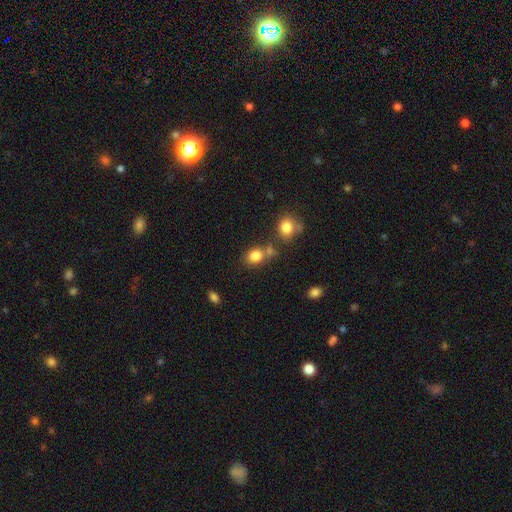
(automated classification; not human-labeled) Smooth or featured?
  - smooth: 82% *
  - star or artifact: 11%
  - featured or disk: 7%
How rounded?
  - in between: 51% *
  - round: 47%
  - cigar-shaped: 1%
Merging?
  - none: 56% *
  - merger: 24%
  - minor disturbance: 14%
  - major disturbance: 5%